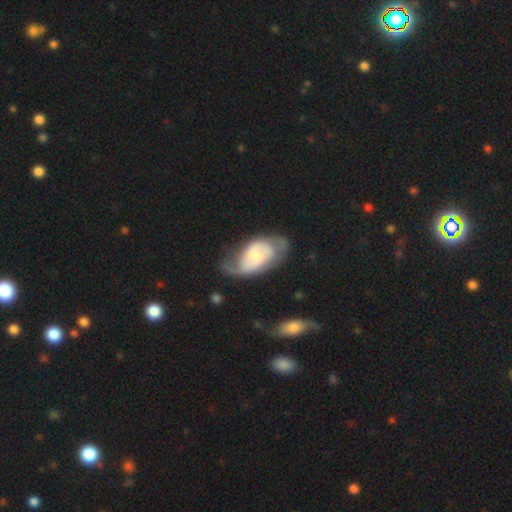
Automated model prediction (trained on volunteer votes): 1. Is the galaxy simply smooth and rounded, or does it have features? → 70% featured or disk, 24% smooth, 6% star or artifact.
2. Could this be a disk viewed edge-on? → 96% no, 4% yes.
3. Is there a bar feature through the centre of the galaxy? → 44% no (tied), 44% weak (tied), 12% strong.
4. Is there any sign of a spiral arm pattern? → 87% yes, 13% no.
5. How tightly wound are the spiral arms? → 44% medium, 35% loose, 21% tight.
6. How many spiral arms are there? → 70% 2, 14% can't tell, 11% 1, 2% 3, 1% 4, 1% more than 4.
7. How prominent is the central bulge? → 39% small, 31% moderate, 14% none, 13% large, 2% dominant.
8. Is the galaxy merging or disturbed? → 44% none, 28% minor disturbance, 24% major disturbance, 4% merger.